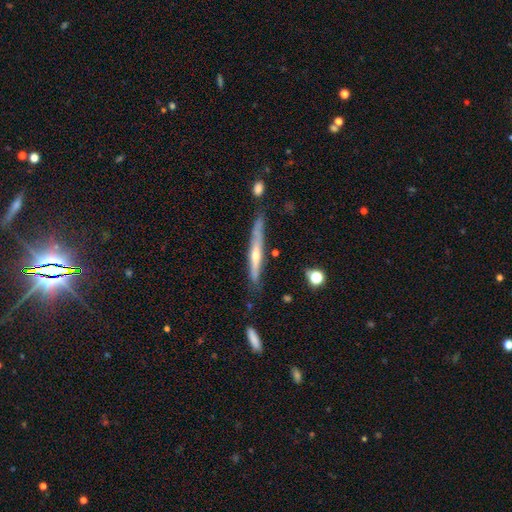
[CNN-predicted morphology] smooth-or-featured: featured or disk: 67% | smooth: 27% | star or artifact: 6%
  disk-edge-on: yes: 93% | no: 7%
    edge-on-bulge: rounded: 73% | none: 23% | boxy: 4%
  merging: none: 74% | minor disturbance: 19% | merger: 4% | major disturbance: 3%